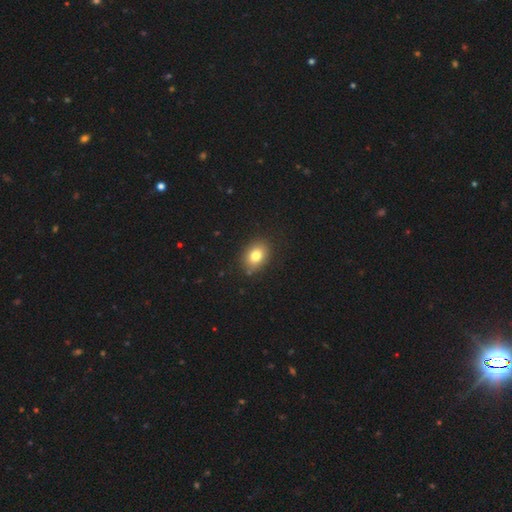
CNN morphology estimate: Overall: smooth (80%). How rounded: in between (65%; round 34%). Merging: none (85%).